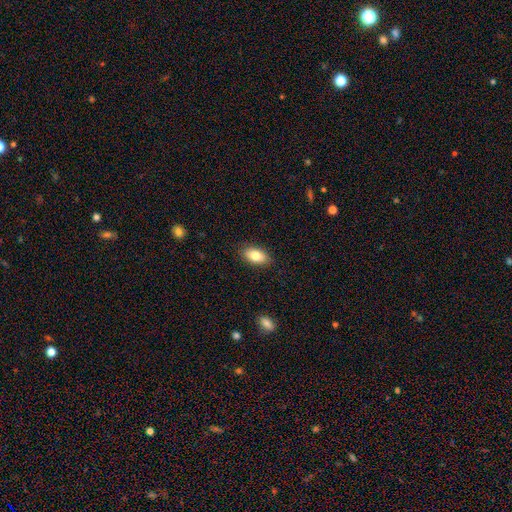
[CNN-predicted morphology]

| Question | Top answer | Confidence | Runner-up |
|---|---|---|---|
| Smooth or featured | smooth | 81% | featured or disk (12%) |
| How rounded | in between | 91% | round (5%) |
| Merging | none | 87% | minor disturbance (10%) |